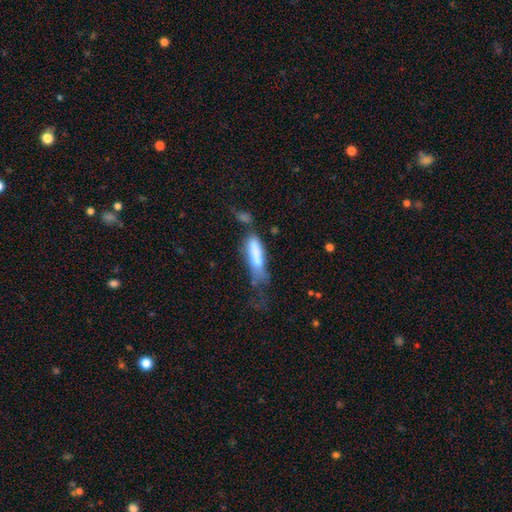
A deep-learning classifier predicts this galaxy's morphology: Smooth or featured?
  - smooth: 69% *
  - featured or disk: 23%
  - star or artifact: 8%
How rounded?
  - cigar-shaped: 65% *
  - in between: 34%
  - round: 2%
Merging?
  - major disturbance: 31% *
  - none: 25%
  - minor disturbance: 24%
  - merger: 20%